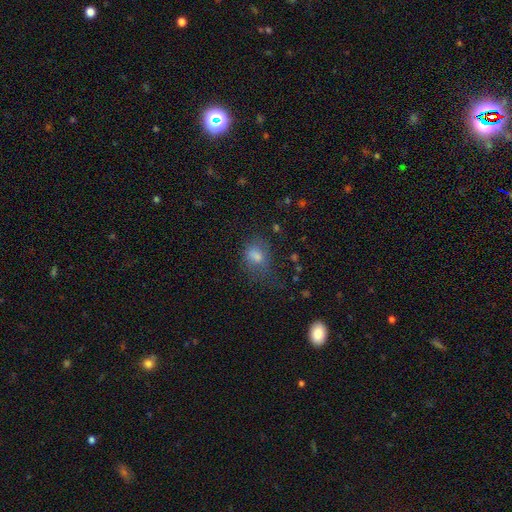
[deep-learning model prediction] The model was most divided on "merging": none: 49%, minor disturbance: 26%, major disturbance: 21%, merger: 4%. More confident: smooth or featured — smooth (69%); how rounded — in between (64%).